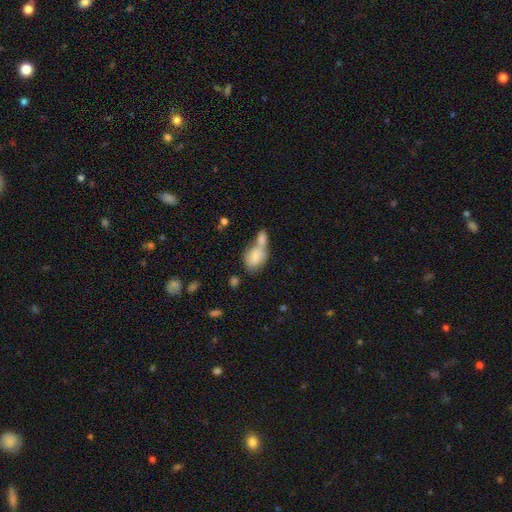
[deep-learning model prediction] smooth-or-featured: smooth: 77% | featured or disk: 15% | star or artifact: 7%
  how-rounded: in between: 74% | round: 24% | cigar-shaped: 2%
  merging: merger: 64% | none: 21% | minor disturbance: 10% | major disturbance: 6%